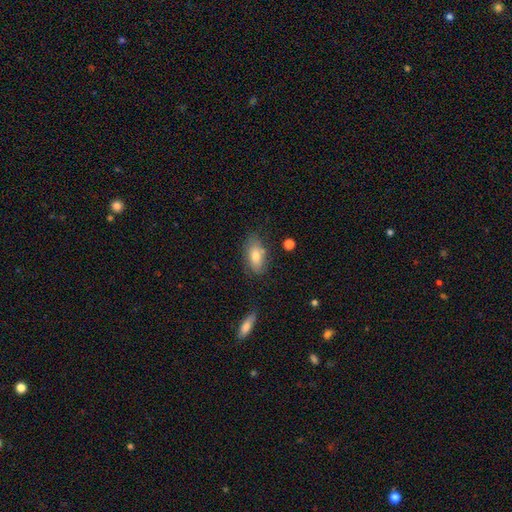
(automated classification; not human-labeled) This appears to be a smooth galaxy with no disk features (73%) that is in between round and cigar-shaped (89%). Merging: none (70%).